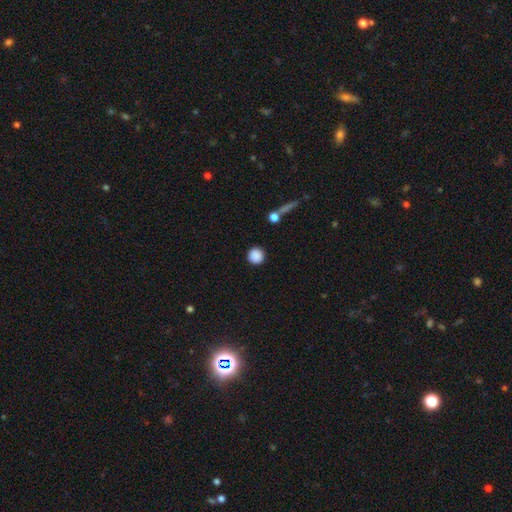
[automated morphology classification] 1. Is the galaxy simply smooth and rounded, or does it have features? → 88% smooth, 9% star or artifact, 3% featured or disk.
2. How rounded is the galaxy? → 95% round, 4% in between, 1% cigar-shaped.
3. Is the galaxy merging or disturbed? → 90% none, 5% minor disturbance, 3% merger, 2% major disturbance.